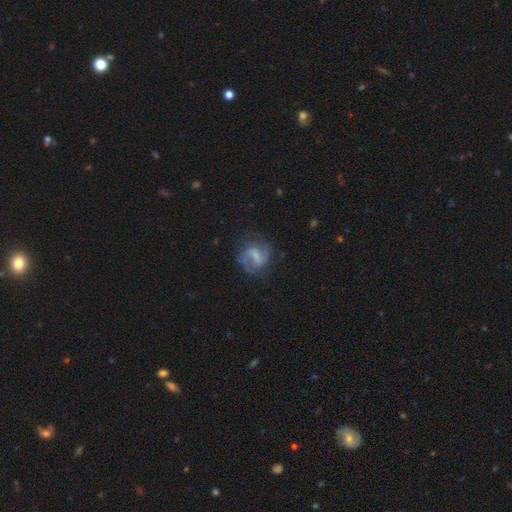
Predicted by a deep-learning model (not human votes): smooth_or_featured: featured or disk (p=0.66) [alt: smooth p=0.25]
disk_edge_on: no (p=0.97) [alt: yes p=0.03]
bar: weak (p=0.47) [alt: strong p=0.35]
has_spiral_arms: yes (p=0.86) [alt: no p=0.14]
spiral_winding: medium (p=0.43) [alt: loose p=0.40]
spiral_arm_count: 2 (p=0.77) [alt: 1 p=0.10]
bulge_size: none (p=0.45) [alt: small p=0.26]
merging: none (p=0.63) [alt: minor disturbance p=0.20]